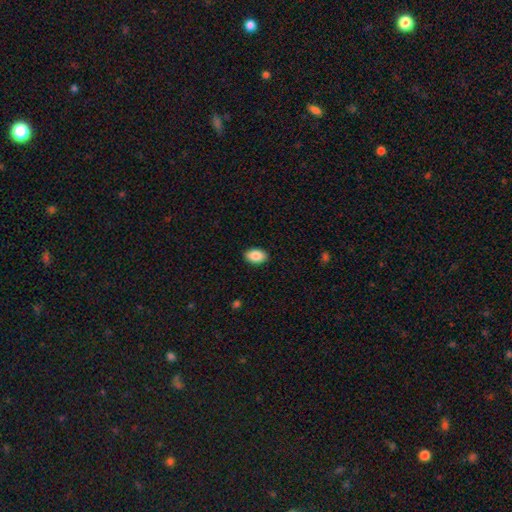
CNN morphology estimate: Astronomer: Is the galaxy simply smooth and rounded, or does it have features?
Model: smooth — 88%.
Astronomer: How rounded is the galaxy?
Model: in between — 91%.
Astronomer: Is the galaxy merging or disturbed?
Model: none — 89%.